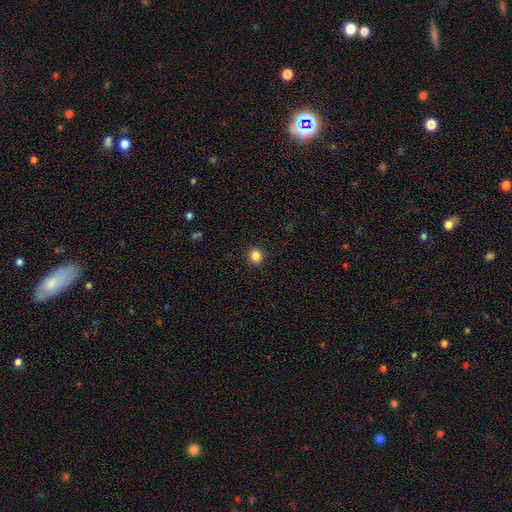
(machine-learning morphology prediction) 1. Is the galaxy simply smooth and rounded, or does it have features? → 85% smooth, 11% star or artifact, 3% featured or disk.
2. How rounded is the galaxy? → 89% round, 10% in between, 1% cigar-shaped.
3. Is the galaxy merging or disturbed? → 92% none, 5% minor disturbance, 2% major disturbance, 1% merger.